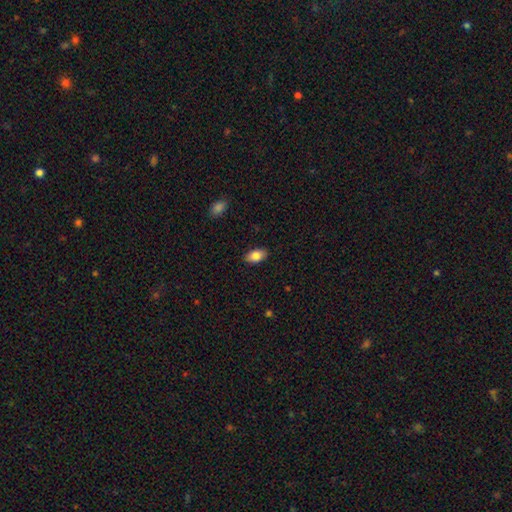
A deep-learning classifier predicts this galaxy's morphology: A smooth galaxy with no disk features (84%) that is in between round and cigar-shaped (92%).

Vote fractions:
- Smooth or featured? smooth: 84% / featured or disk: 8% / star or artifact: 7%
- How rounded? in between: 92% / round: 5% / cigar-shaped: 3%
- Merging? none: 88% / minor disturbance: 9% / major disturbance: 2% / merger: 1%